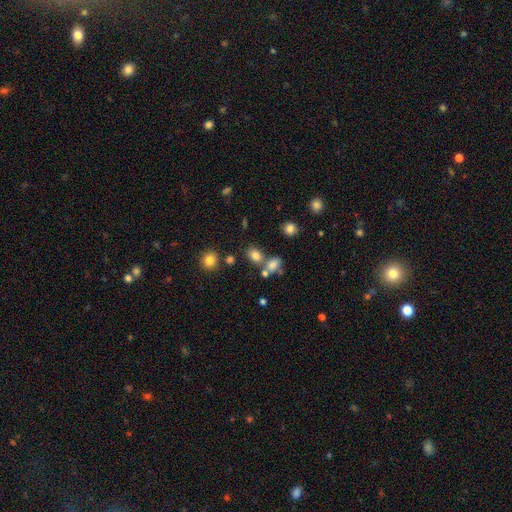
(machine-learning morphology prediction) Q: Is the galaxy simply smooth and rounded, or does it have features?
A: smooth — 77%.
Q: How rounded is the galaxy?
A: in between — 65%.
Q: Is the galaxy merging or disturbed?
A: none — 59%.